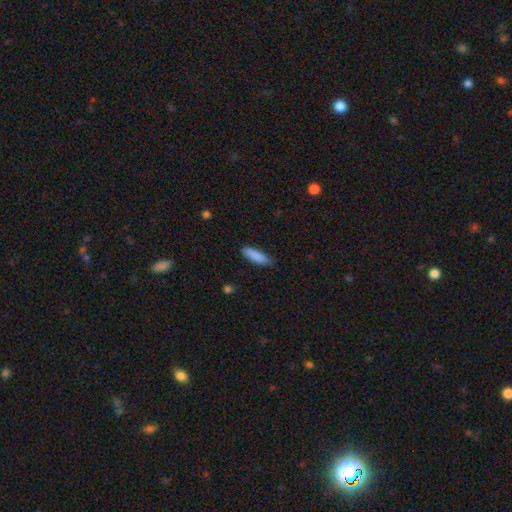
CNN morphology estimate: Smooth or featured? smooth (87%)
How rounded? cigar-shaped (52%)
Merging? none (77%)